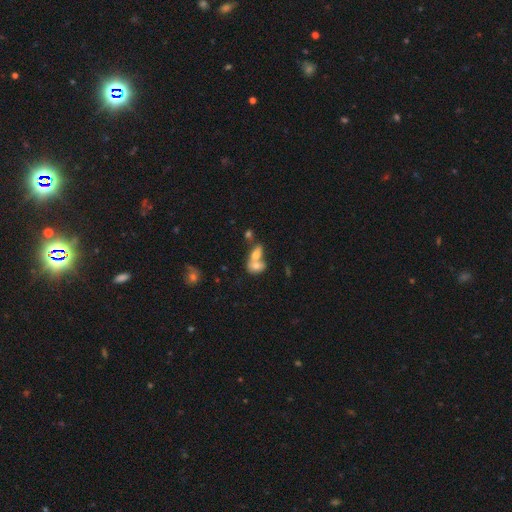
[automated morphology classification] Smooth or featured? smooth (69%)
How rounded? in between (77%)
Merging? merger (69%)